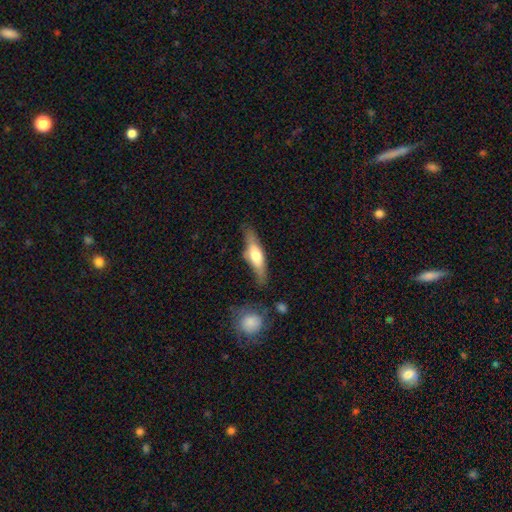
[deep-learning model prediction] Smooth or featured?
  - featured or disk: 48% *
  - smooth: 46%
  - star or artifact: 6%
Merging?
  - none: 68% *
  - minor disturbance: 21%
  - major disturbance: 7%
  - merger: 4%